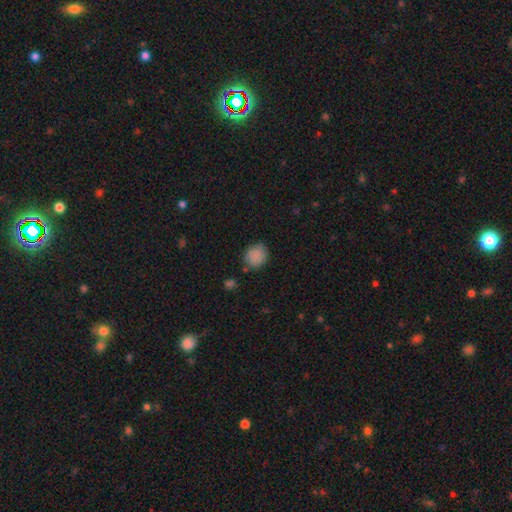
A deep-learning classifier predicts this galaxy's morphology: type=smooth (86%); roundness=round (63%); merging=none (73%).